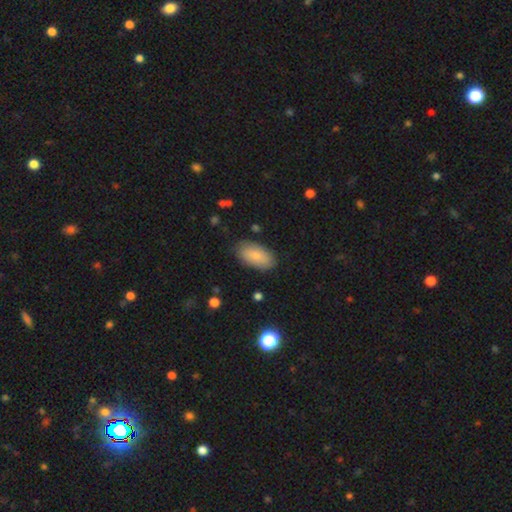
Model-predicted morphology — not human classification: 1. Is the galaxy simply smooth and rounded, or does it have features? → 83% smooth, 10% featured or disk, 7% star or artifact.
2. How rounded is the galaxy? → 94% in between, 4% cigar-shaped, 3% round.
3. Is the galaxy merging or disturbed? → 83% none, 12% minor disturbance, 3% major disturbance, 1% merger.